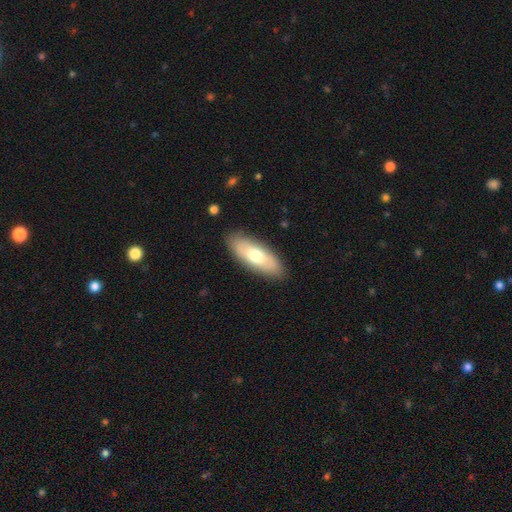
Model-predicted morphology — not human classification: Overall: smooth (67%; featured or disk 28%). How rounded: in between (74%). Merging: none (86%).